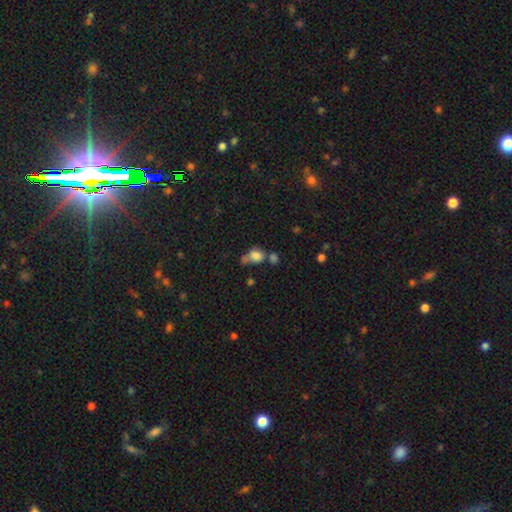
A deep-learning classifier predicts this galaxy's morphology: Smooth or featured? smooth (76%)
How rounded? in between (55%)
Merging? merger (39%)